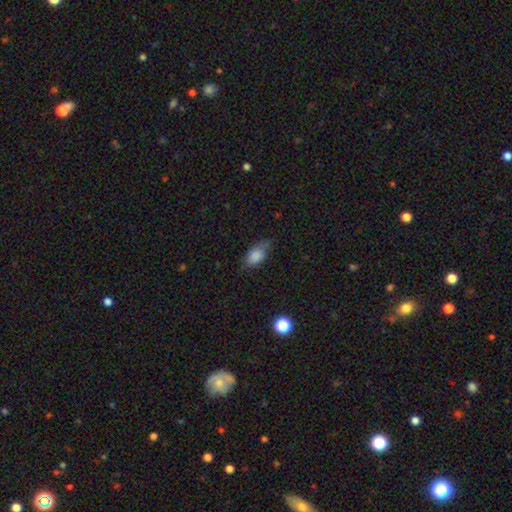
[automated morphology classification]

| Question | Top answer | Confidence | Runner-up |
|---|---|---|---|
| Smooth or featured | smooth | 81% | featured or disk (10%) |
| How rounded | in between | 86% | round (9%) |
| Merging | none | 59% | minor disturbance (31%) |